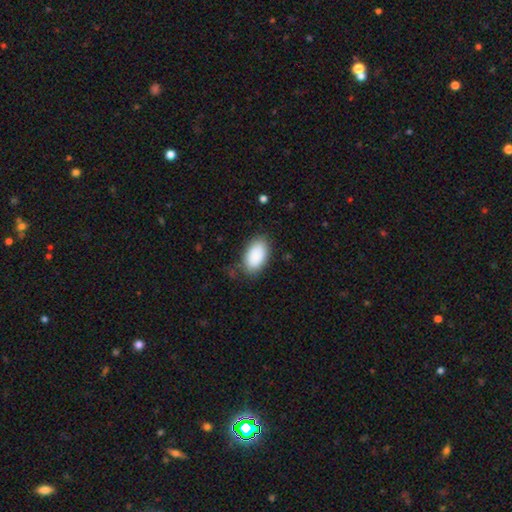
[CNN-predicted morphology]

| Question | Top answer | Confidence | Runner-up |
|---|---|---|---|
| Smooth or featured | smooth | 89% | star or artifact (6%) |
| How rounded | in between | 94% | round (4%) |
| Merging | none | 77% | minor disturbance (17%) |